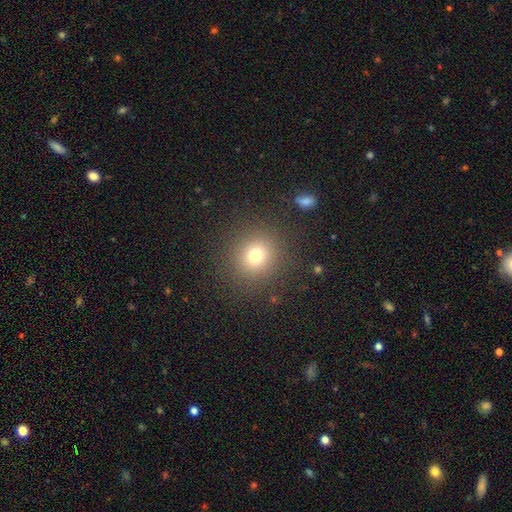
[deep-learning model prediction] The model was most divided on "smooth or featured": smooth: 73%, star or artifact: 17%, featured or disk: 10%. More confident: how rounded — round (90%); merging — none (88%).